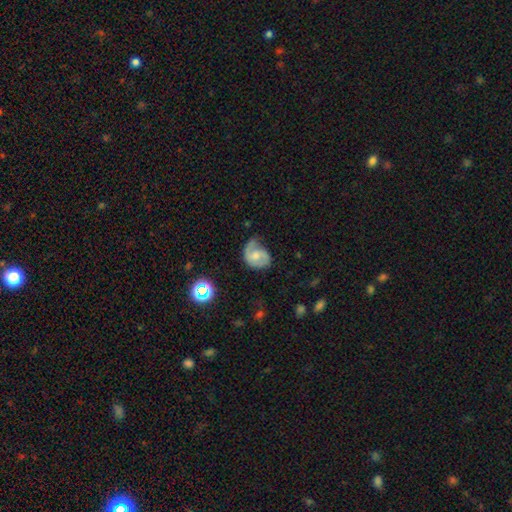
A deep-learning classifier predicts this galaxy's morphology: A featured or disk galaxy (60%) with no bar (49%), 2 (57%) medium (44%) spiral arms (87%) and a moderate central bulge (49%).

Vote fractions:
- Smooth or featured? featured or disk: 60% / smooth: 31% / star or artifact: 9%
- Edge-on disk? no: 97% / yes: 3%
- Bar? no: 49% / weak: 42% / strong: 9%
- Spiral arms? yes: 87% / no: 13%
- Spiral winding? medium: 44% / loose: 28% / tight: 27%
- Spiral arm count? 2: 57% / 1: 30% / can't tell: 10% / 3: 2% / 4: 1% / more than 4: 1%
- Bulge size? moderate: 49% / small: 36% / none: 9% / large: 5% / dominant: 1%
- Merging? none: 45% / minor disturbance: 33% / major disturbance: 19% / merger: 2%